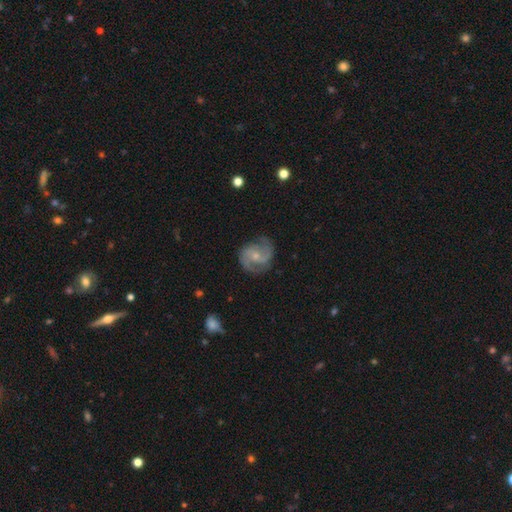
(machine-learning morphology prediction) A featured or disk galaxy (83%) with no bar (52%), 2 (83%) medium (54%) spiral arms (96%) and a small central bulge (60%).

Vote fractions:
- Smooth or featured? featured or disk: 83% / smooth: 12% / star or artifact: 5%
- Edge-on disk? no: 98% / yes: 2%
- Bar? no: 52% / weak: 39% / strong: 9%
- Spiral arms? yes: 96% / no: 4%
- Spiral winding? medium: 54% / tight: 26% / loose: 20%
- Spiral arm count? 2: 83% / 3: 6% / can't tell: 6% / 1: 2% / 4: 2% / more than 4: 2%
- Bulge size? small: 60% / moderate: 34% / none: 4% / large: 1% / dominant: 1%
- Merging? none: 76% / minor disturbance: 17% / major disturbance: 6% / merger: 1%